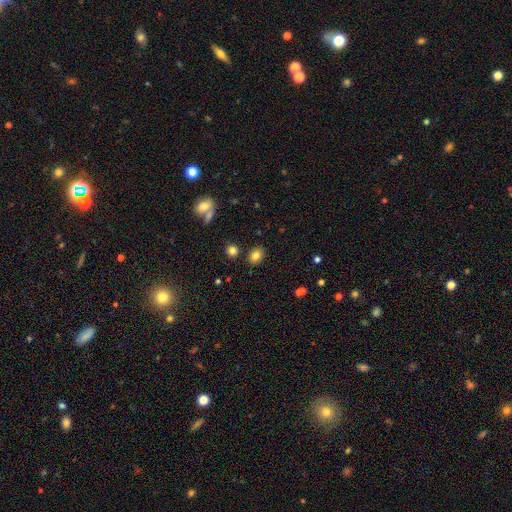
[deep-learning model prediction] Smooth or featured?
  - smooth: 82% *
  - star or artifact: 11%
  - featured or disk: 7%
How rounded?
  - in between: 57% *
  - round: 42%
  - cigar-shaped: 1%
Merging?
  - none: 84% *
  - minor disturbance: 9%
  - merger: 4%
  - major disturbance: 3%